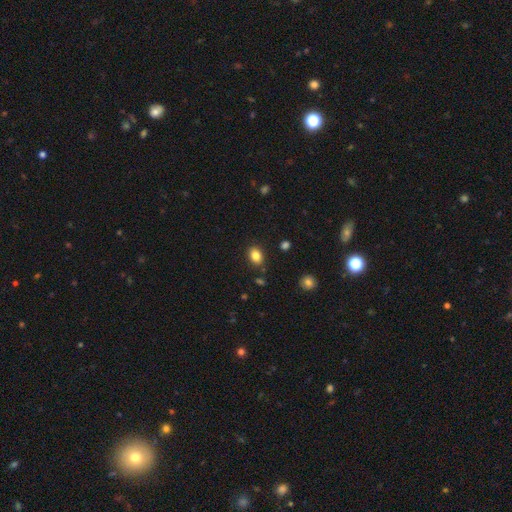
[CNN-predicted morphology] Smooth or featured? smooth (84%)
How rounded? in between (70%)
Merging? none (85%)